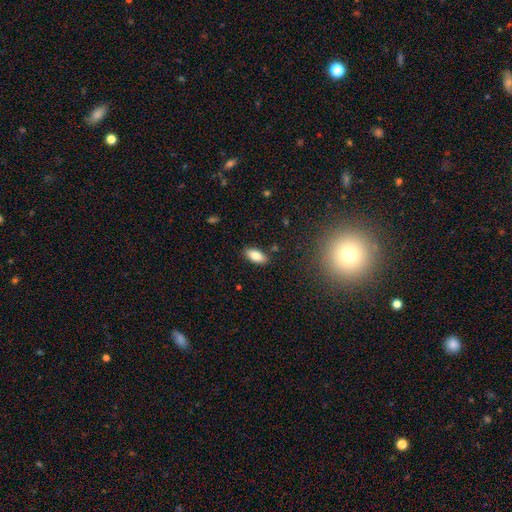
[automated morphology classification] A smooth galaxy with no disk features (80%) that is in between round and cigar-shaped (87%). Merging: none (87%).